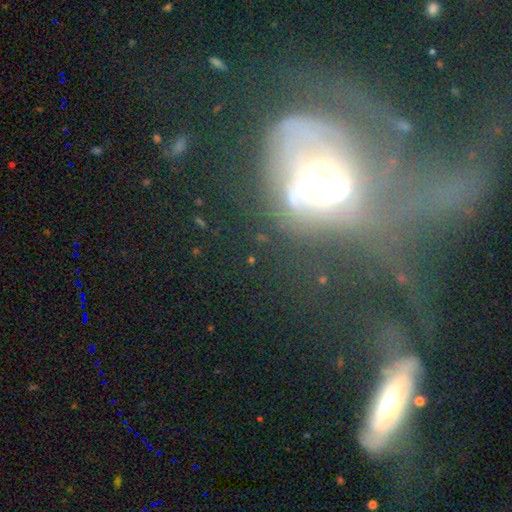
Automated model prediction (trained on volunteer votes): Morphology: type=featured or disk (62%); edge-on=no (93%); bar=no (72%); spiral arms=yes (50%, tied with no); bulge=large (40%); merging=major disturbance (56%).